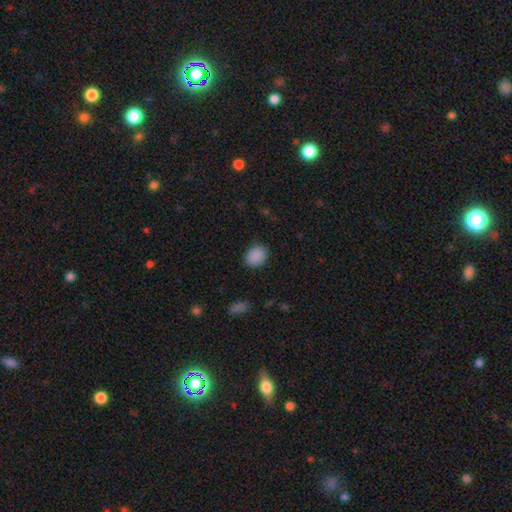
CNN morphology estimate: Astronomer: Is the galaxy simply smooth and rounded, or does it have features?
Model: smooth — 88%.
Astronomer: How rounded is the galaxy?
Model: round — 50% (runner-up: in between, 49%).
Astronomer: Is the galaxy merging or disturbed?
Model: none — 84%.